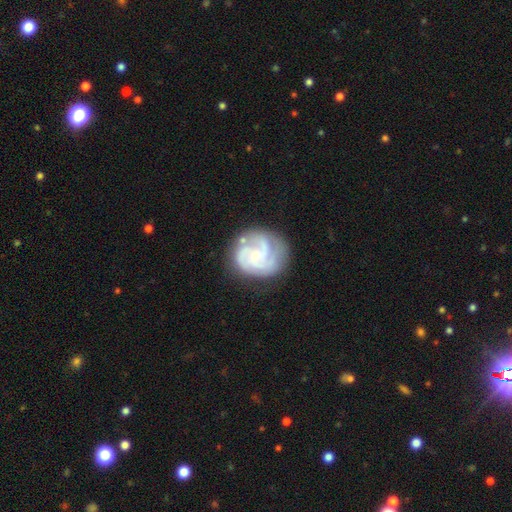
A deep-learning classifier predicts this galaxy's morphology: Q: Smooth or featured?
A: featured or disk (85%); runner-up: smooth (10%)
Q: Edge-on disk?
A: no (98%); runner-up: yes (2%)
Q: Bar?
A: no (69%); runner-up: weak (26%)
Q: Spiral arms?
A: yes (97%); runner-up: no (3%)
Q: Spiral winding?
A: tight (52%); runner-up: medium (40%)
Q: Spiral arm count?
A: 3 (52%); runner-up: 2 (16%)
Q: Bulge size?
A: small (73%); runner-up: moderate (18%)
Q: Merging?
A: none (71%); runner-up: minor disturbance (18%)